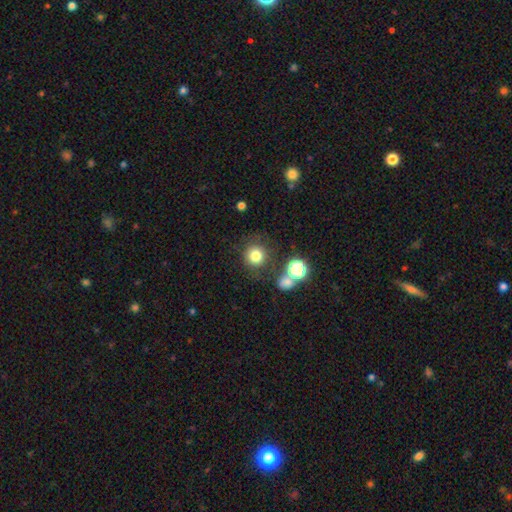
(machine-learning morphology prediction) This is likely a smooth galaxy (78%). How rounded: clearly round (92%). Merging: likely none (78%).